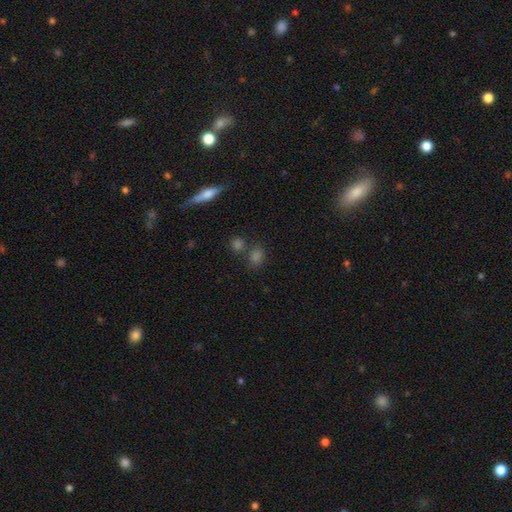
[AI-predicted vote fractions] smooth_or_featured: smooth (p=0.66) [alt: star or artifact p=0.23]
how_rounded: round (p=0.51) [alt: in between p=0.42]
merging: none (p=0.70) [alt: merger p=0.16]